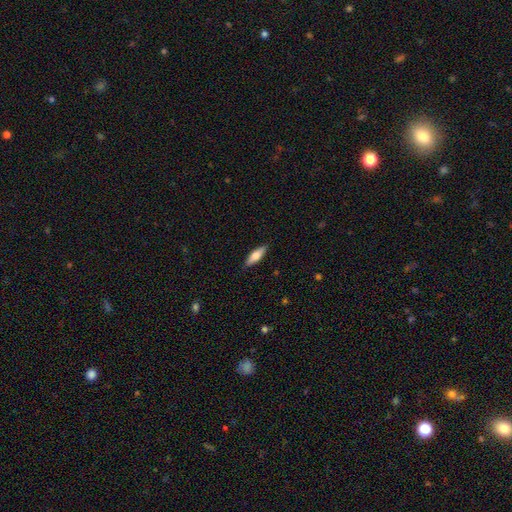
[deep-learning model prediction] This appears to be a smooth galaxy with no disk features (63%) that is in between round and cigar-shaped (49%, tied with cigar-shaped). Merging: none (88%).